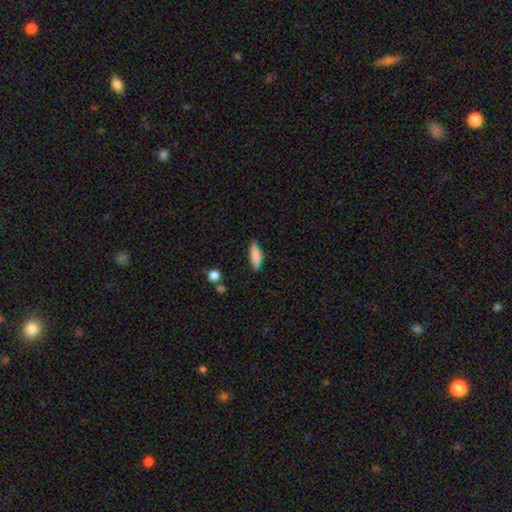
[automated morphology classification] smooth_or_featured: smooth (p=0.83) [alt: featured or disk p=0.10]
how_rounded: in between (p=0.62) [alt: cigar-shaped p=0.36]
merging: none (p=0.75) [alt: minor disturbance p=0.19]